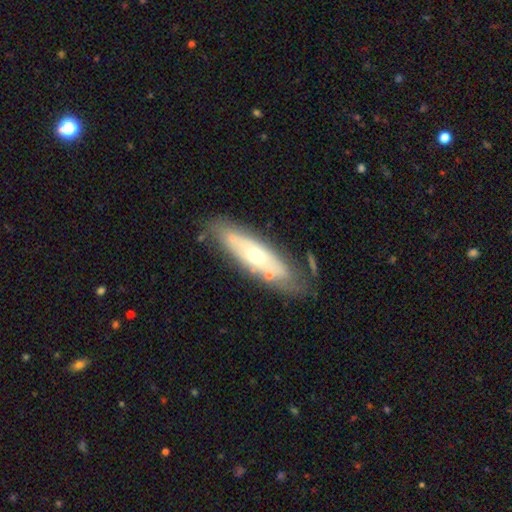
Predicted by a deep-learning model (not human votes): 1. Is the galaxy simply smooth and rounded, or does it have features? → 58% featured or disk, 36% smooth, 6% star or artifact.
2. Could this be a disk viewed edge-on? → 65% no, 35% yes.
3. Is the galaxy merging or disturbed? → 70% none, 19% minor disturbance, 6% merger, 6% major disturbance.